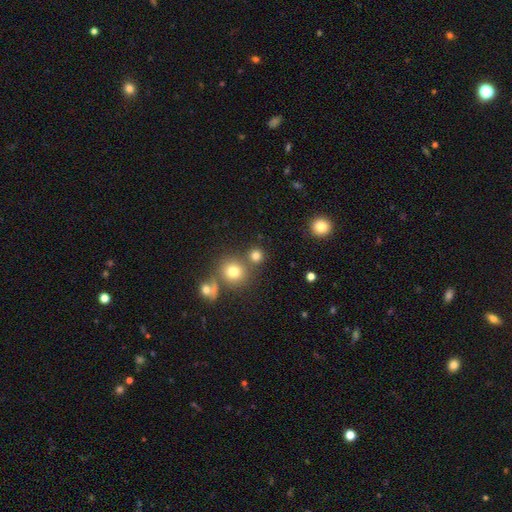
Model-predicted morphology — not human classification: Smooth or featured? Predicted: smooth (p=0.77). How rounded? Predicted: round (p=0.89). Merging? Predicted: none (p=0.72).